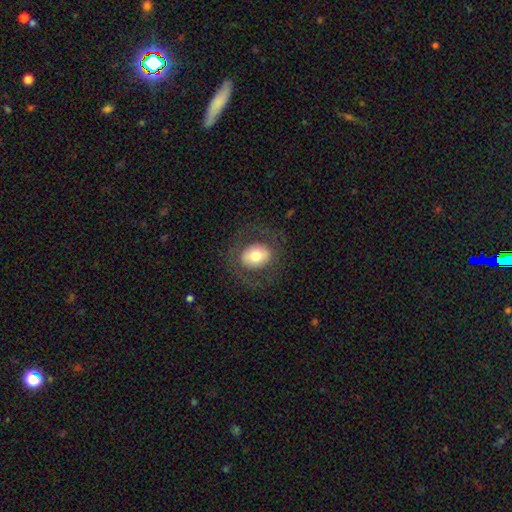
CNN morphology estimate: The model was most divided on "how rounded": round: 50%, in between: 49%, cigar-shaped: 1%. More confident: merging — none (77%); smooth or featured — smooth (65%).